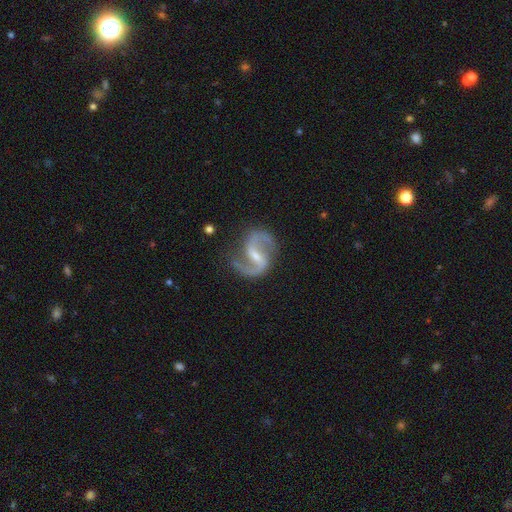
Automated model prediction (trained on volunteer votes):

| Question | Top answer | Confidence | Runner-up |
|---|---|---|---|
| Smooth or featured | featured or disk | 92% | star or artifact (4%) |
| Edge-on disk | no | 98% | yes (2%) |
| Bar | weak | 46% | strong (37%) |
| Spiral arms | yes | 98% | no (2%) |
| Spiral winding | medium | 55% | loose (35%) |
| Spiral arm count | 2 | 94% | 1 (1%) |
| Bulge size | small | 60% | moderate (30%) |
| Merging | none | 80% | minor disturbance (13%) |